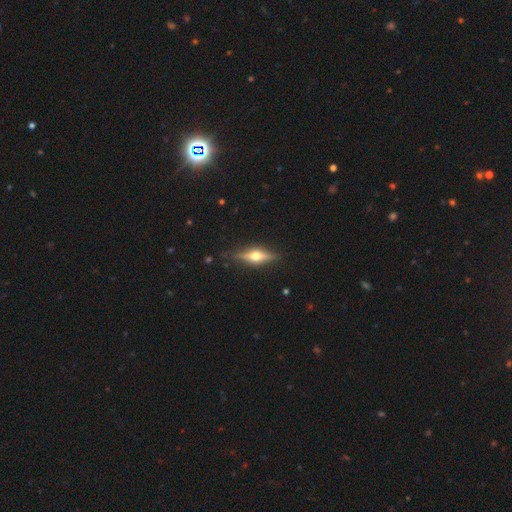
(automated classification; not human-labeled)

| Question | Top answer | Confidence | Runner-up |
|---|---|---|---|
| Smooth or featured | featured or disk | 68% | smooth (25%) |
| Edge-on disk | yes | 95% | no (5%) |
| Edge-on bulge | rounded | 94% | boxy (4%) |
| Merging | none | 86% | minor disturbance (10%) |